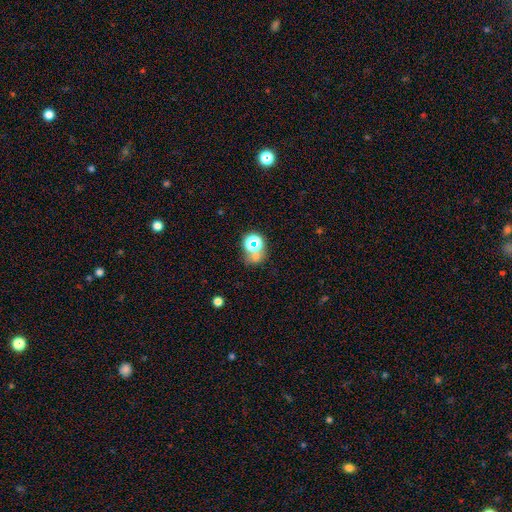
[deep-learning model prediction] Smooth or featured: star or artifact — 49% (smooth — 39%)